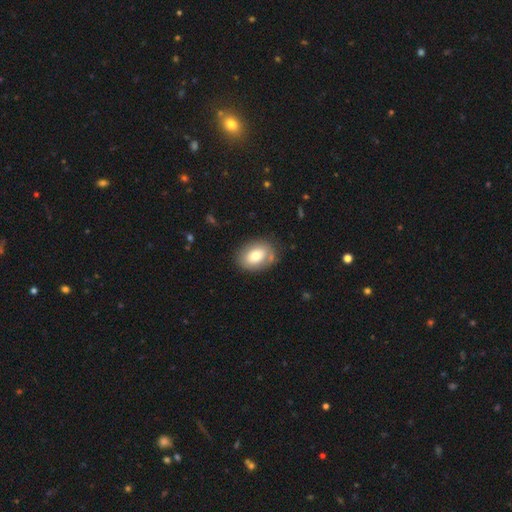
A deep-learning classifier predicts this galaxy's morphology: A smooth galaxy with no disk features (73%) that is in between round and cigar-shaped (74%). Merging: none (78%).